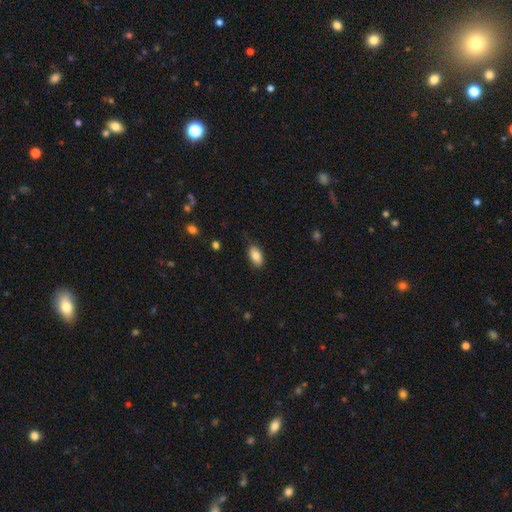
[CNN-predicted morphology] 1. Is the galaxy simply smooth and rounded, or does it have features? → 84% smooth, 8% featured or disk, 7% star or artifact.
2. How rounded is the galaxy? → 92% in between, 5% round, 3% cigar-shaped.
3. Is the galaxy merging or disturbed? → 81% none, 15% minor disturbance, 3% major disturbance, 1% merger.